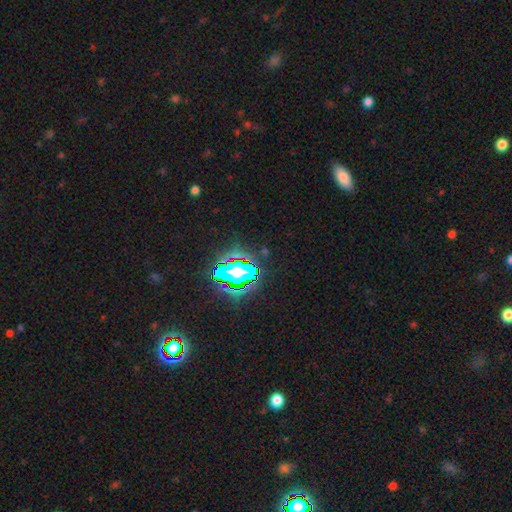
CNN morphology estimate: smooth-or-featured: star or artifact: 80% | smooth: 12% | featured or disk: 8%